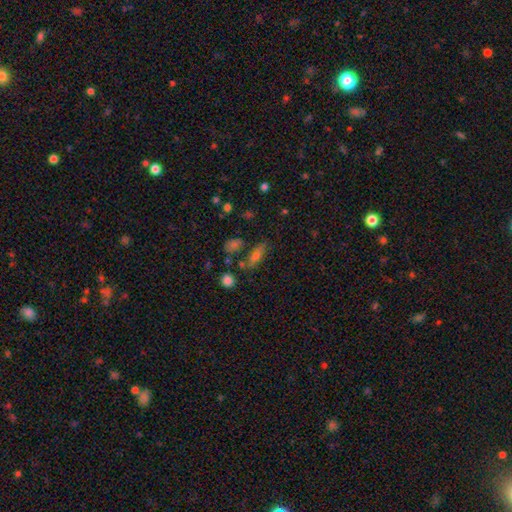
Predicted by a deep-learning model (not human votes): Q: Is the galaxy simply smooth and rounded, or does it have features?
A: smooth — 66%.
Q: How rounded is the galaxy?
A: in between — 54%.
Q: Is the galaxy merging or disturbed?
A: none — 63%.